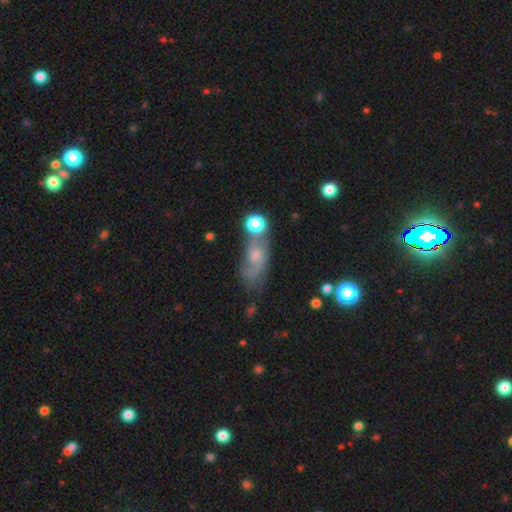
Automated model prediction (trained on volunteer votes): Smooth or featured: featured or disk — 52% (smooth — 34%)
Edge-on disk: no — 88% (yes — 12%)
Merging: none — 43% (minor disturbance — 23%)